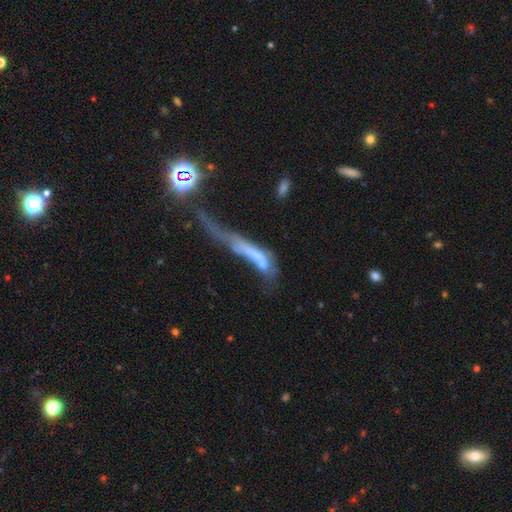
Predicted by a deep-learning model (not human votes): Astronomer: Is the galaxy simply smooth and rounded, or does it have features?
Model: featured or disk — 46% (runner-up: smooth, 41%).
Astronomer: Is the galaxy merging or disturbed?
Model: major disturbance — 44% (runner-up: merger, 37%).